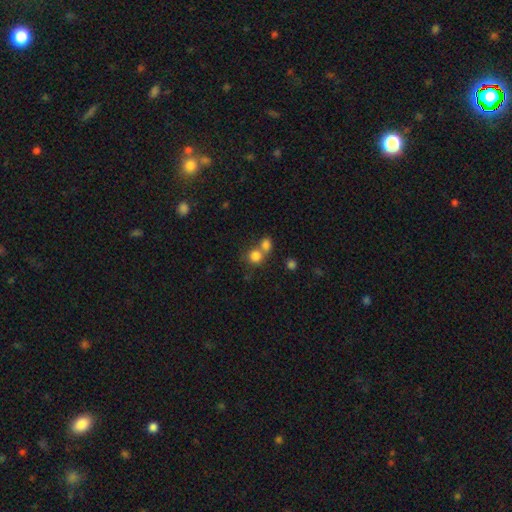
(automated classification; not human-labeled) Morphology: type=smooth (80%); roundness=round (84%); merging=none (45%, tied with merger).